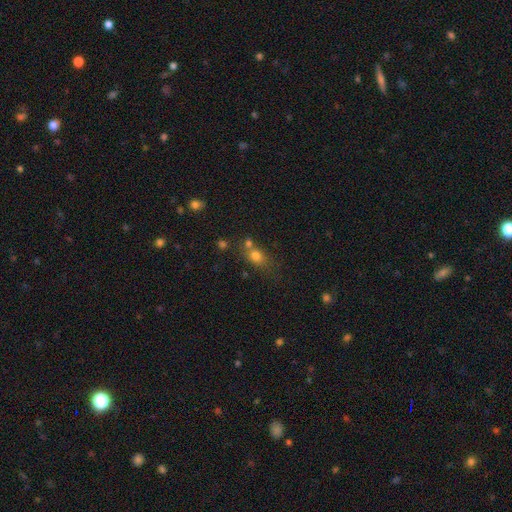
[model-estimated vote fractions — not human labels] A smooth galaxy with no disk features (75%) that is round (51%). Merging: none (44%).